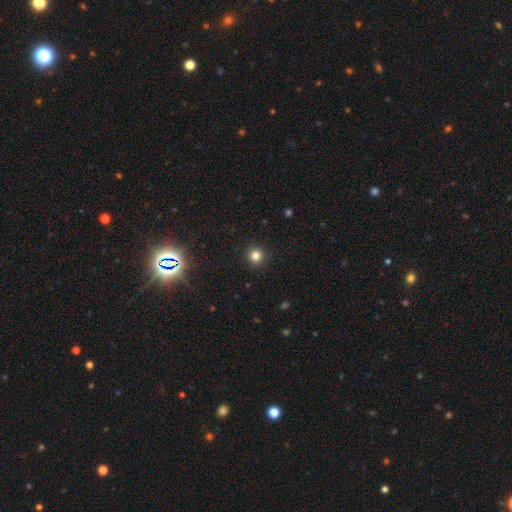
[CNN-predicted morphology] This is clearly a smooth galaxy (81%). How rounded: clearly round (95%). Merging: clearly none (93%).